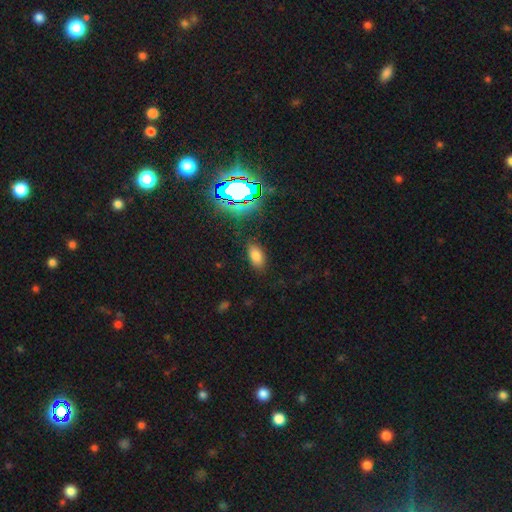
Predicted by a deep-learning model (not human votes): The model was most divided on "smooth or featured": smooth: 73%, star or artifact: 19%, featured or disk: 8%. More confident: how rounded — in between (90%); merging — none (82%).